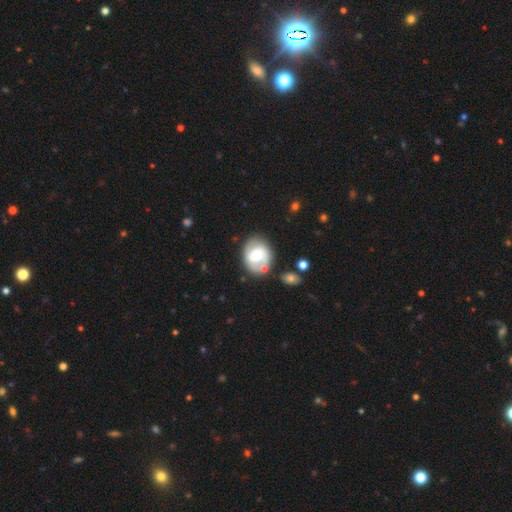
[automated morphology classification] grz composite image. It shows a featured or disk galaxy (48%). Merging: none (65%).